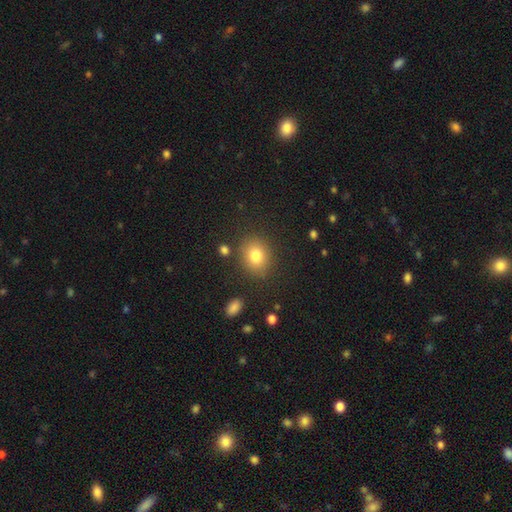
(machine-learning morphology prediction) smooth 80%, star or artifact 11%, featured or disk 9%. Down the decision tree: how rounded — round (58%); merging — none (83%).